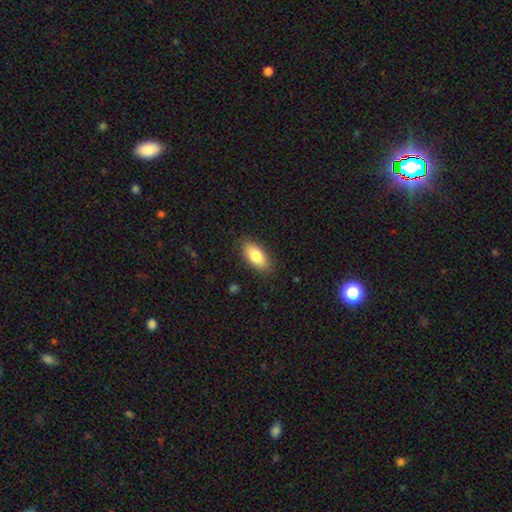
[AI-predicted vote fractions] This is clearly a smooth galaxy (83%). How rounded: clearly in between (88%). Merging: clearly none (86%).